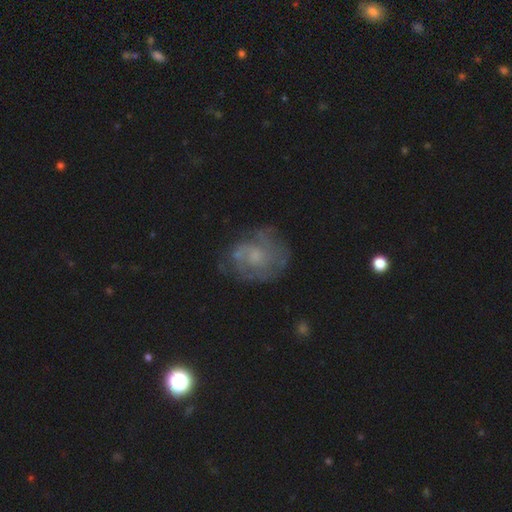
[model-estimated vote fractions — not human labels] featured or disk 69%, smooth 22%, star or artifact 9%. Down the decision tree: edge-on disk — no (98%); bar — no (75%); spiral arms — yes (74%); bulge size — small (42%); merging — none (62%).